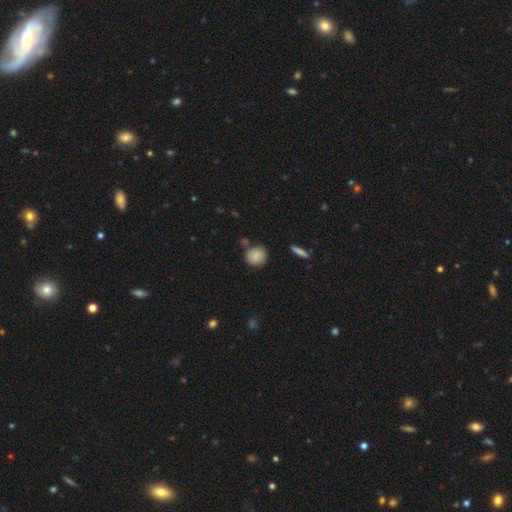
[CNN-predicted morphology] Q: Smooth or featured?
A: smooth (84%); runner-up: featured or disk (9%)
Q: How rounded?
A: round (83%); runner-up: in between (16%)
Q: Merging?
A: none (74%); runner-up: minor disturbance (15%)